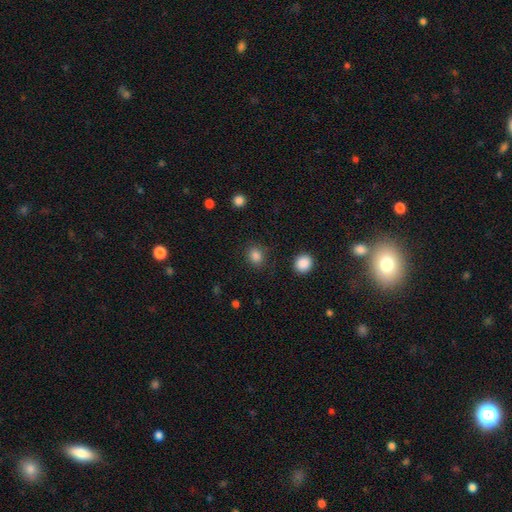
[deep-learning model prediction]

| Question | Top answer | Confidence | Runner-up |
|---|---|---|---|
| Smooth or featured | smooth | 85% | star or artifact (11%) |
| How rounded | round | 67% | in between (32%) |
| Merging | none | 85% | minor disturbance (9%) |